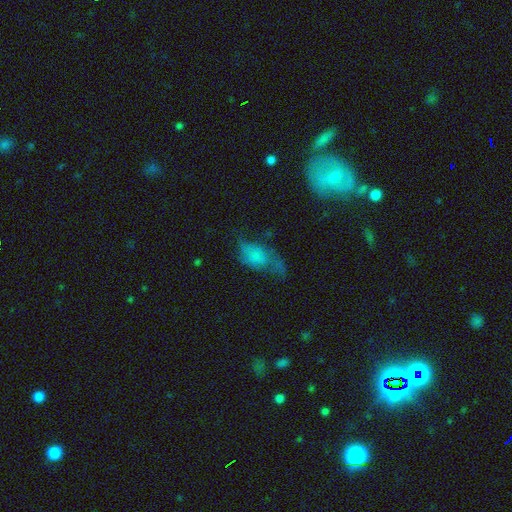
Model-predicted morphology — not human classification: Overall: smooth (51%; featured or disk 38%). How rounded: in between (87%). Merging: major disturbance (39%; none 29%).